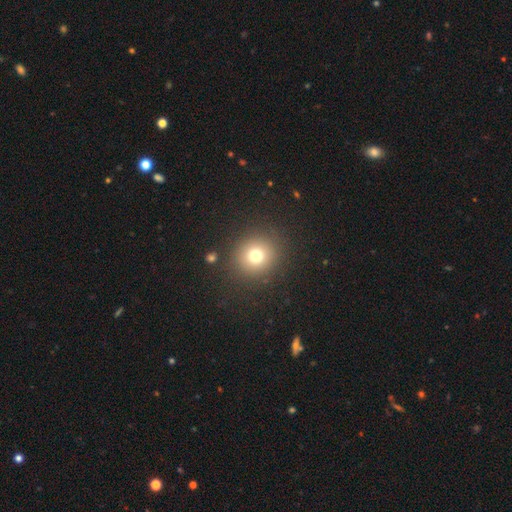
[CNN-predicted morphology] type=smooth (74%); roundness=round (90%); merging=none (88%).